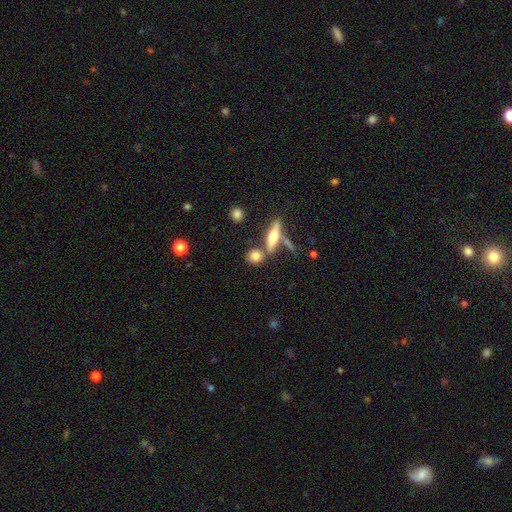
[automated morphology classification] smooth-or-featured: smooth: 76% | featured or disk: 15% | star or artifact: 9%
  how-rounded: round: 60% | in between: 27% | cigar-shaped: 12%
  merging: none: 65% | merger: 20% | minor disturbance: 11% | major disturbance: 4%